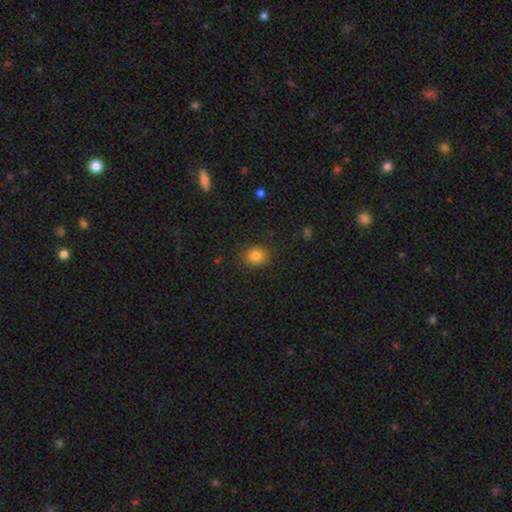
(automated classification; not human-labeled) A smooth galaxy with no disk features (83%) that is round (70%). Merging: none (86%).